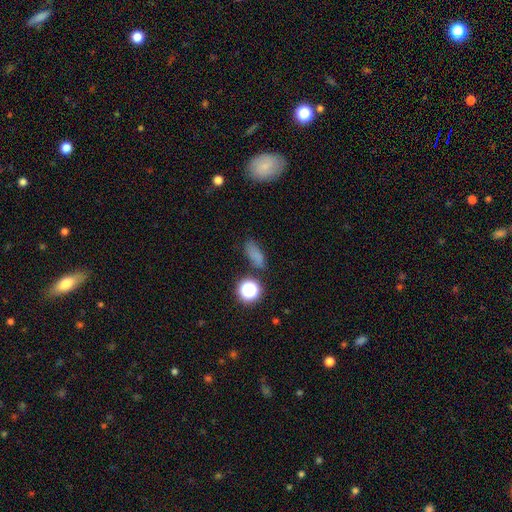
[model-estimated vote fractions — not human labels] Q: Smooth or featured?
A: smooth (72%); runner-up: star or artifact (21%)
Q: How rounded?
A: in between (71%); runner-up: round (15%)
Q: Merging?
A: none (70%); runner-up: minor disturbance (18%)